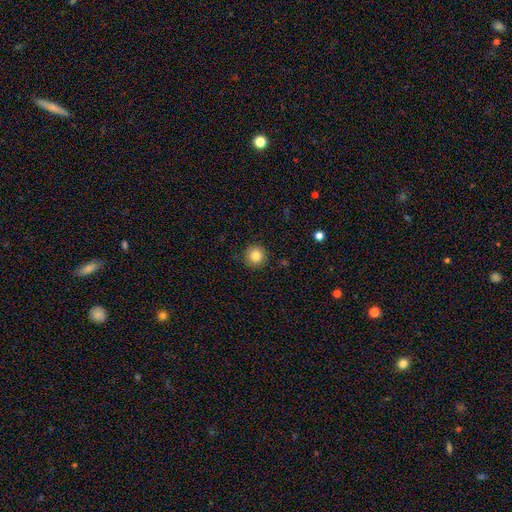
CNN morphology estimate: A smooth galaxy with no disk features (83%) that is round (95%).

Vote fractions:
- Smooth or featured? smooth: 83% / star or artifact: 10% / featured or disk: 7%
- How rounded? round: 95% / in between: 4% / cigar-shaped: 1%
- Merging? none: 91% / minor disturbance: 6% / major disturbance: 2% / merger: 1%